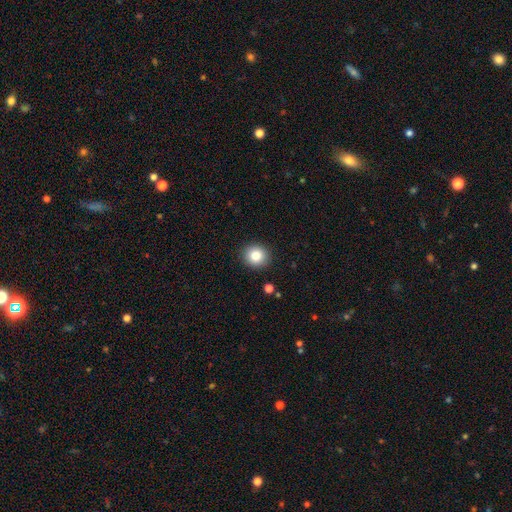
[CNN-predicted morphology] A smooth galaxy with no disk features (84%) that is round (85%). Merging: none (91%).